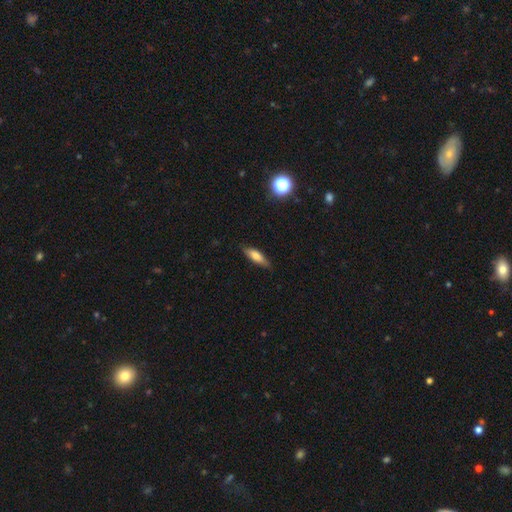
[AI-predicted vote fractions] Morphology: type=smooth (70%); roundness=cigar-shaped (53%); merging=none (82%).